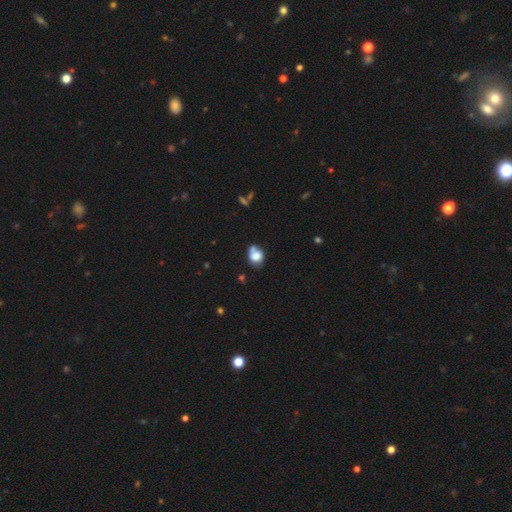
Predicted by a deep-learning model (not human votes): Smooth or featured? smooth (75%)
How rounded? round (60%)
Merging? none (38%)